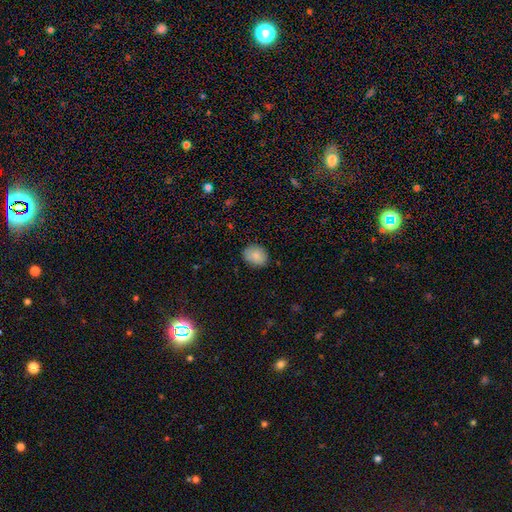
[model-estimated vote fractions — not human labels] Overall: smooth (85%). How rounded: in between (54%; round 45%). Merging: none (83%).